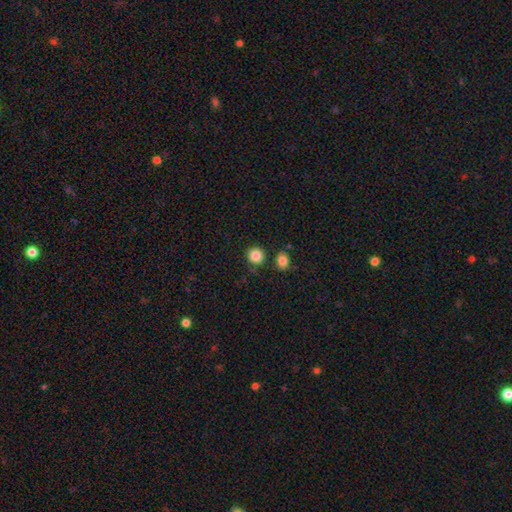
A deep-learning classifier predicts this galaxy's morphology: smooth-or-featured: smooth: 86% | star or artifact: 10% | featured or disk: 4%
  how-rounded: round: 91% | in between: 8% | cigar-shaped: 1%
  merging: none: 83% | minor disturbance: 8% | merger: 7% | major disturbance: 3%